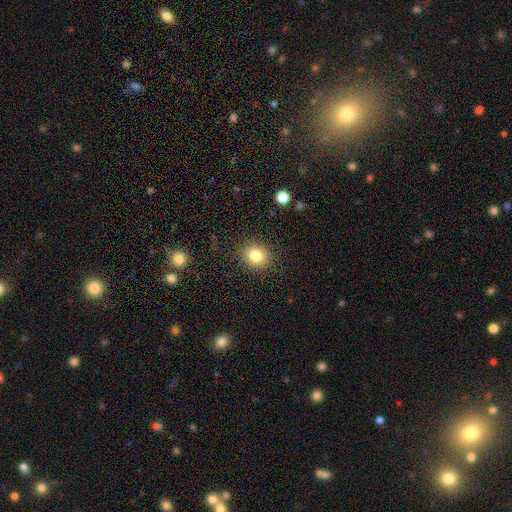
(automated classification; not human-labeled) smooth-or-featured: smooth: 82% | star or artifact: 11% | featured or disk: 7%
  how-rounded: round: 70% | in between: 29% | cigar-shaped: 1%
  merging: none: 88% | minor disturbance: 8% | major disturbance: 3% | merger: 1%